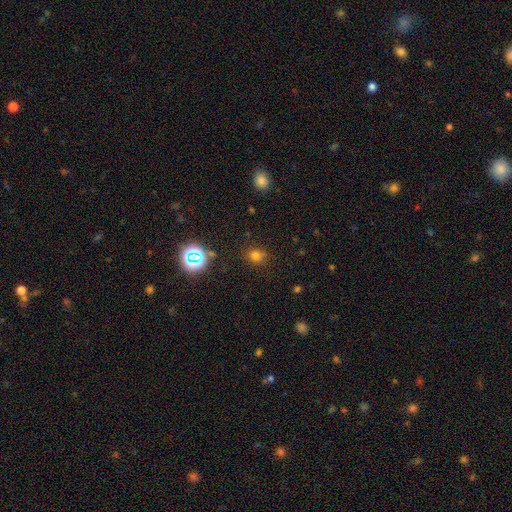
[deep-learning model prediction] Smooth or featured?
  - smooth: 70% *
  - star or artifact: 23%
  - featured or disk: 6%
How rounded?
  - round: 76% *
  - in between: 23%
  - cigar-shaped: 1%
Merging?
  - none: 82% *
  - minor disturbance: 12%
  - major disturbance: 4%
  - merger: 2%